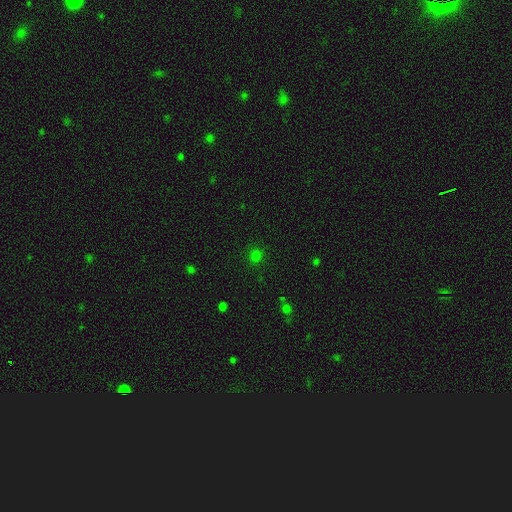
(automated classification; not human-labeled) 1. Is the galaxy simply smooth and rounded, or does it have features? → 72% smooth, 24% star or artifact, 4% featured or disk.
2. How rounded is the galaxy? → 87% round, 12% in between, 1% cigar-shaped.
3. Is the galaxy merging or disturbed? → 87% none, 8% minor disturbance, 3% major disturbance, 2% merger.